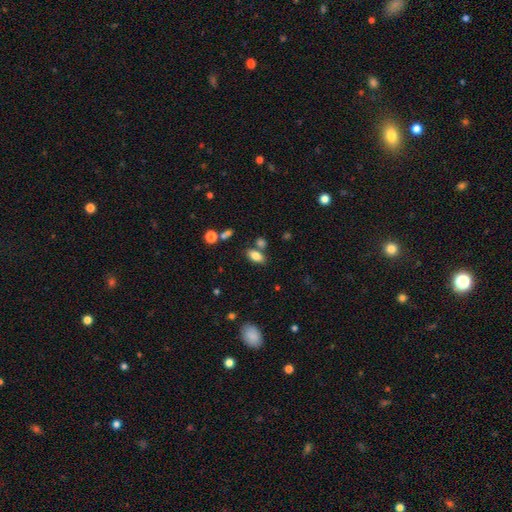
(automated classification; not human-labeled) A smooth galaxy with no disk features (80%) that is in between round and cigar-shaped (89%). Merging: none (69%).